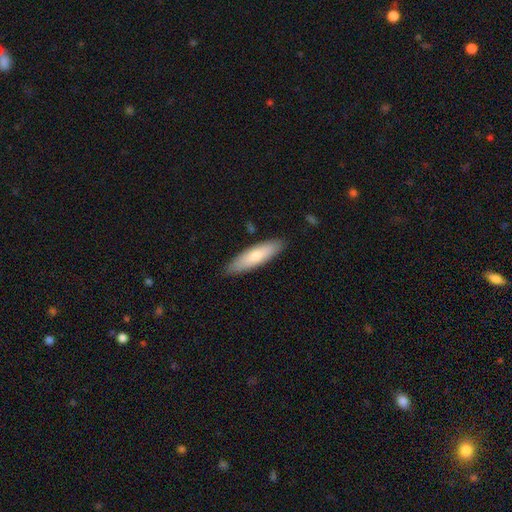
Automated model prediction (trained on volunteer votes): smooth-or-featured: smooth: 72% | featured or disk: 22% | star or artifact: 5%
  how-rounded: cigar-shaped: 64% | in between: 35% | round: 2%
  merging: none: 87% | minor disturbance: 10% | major disturbance: 2% | merger: 1%